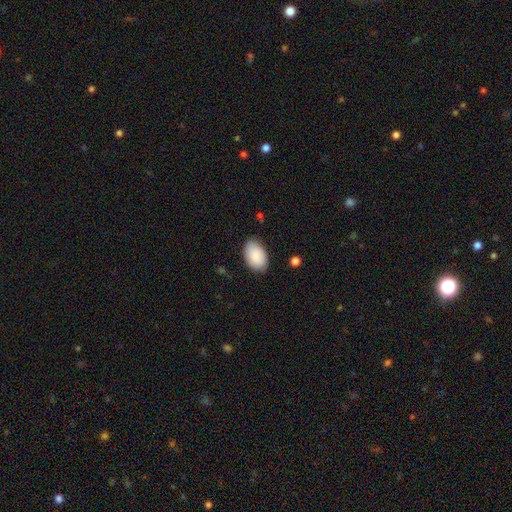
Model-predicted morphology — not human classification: type=smooth (88%); roundness=in between (92%); merging=none (81%).